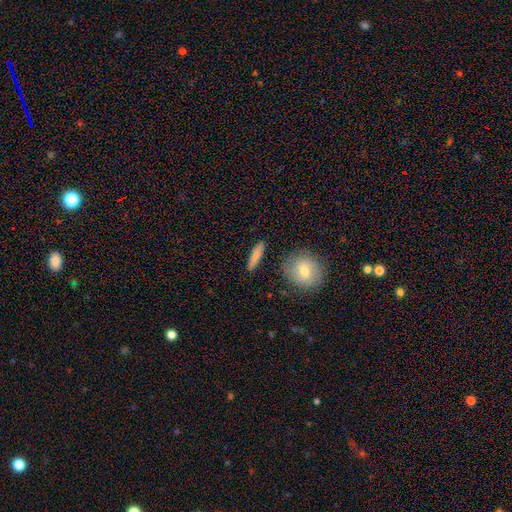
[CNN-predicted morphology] A smooth galaxy with no disk features (76%) that is cigar-shaped (79%). Merging: none (88%).